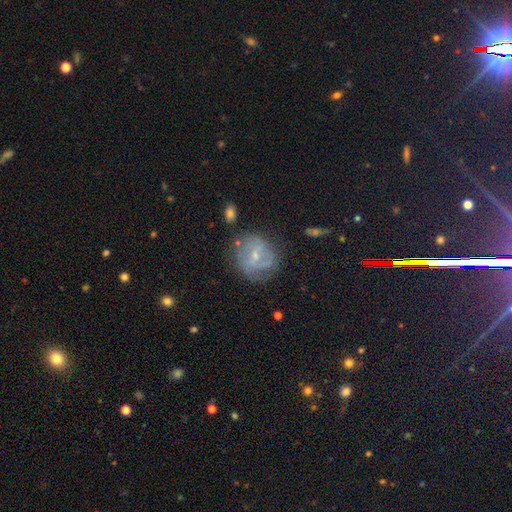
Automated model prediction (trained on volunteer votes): A featured or disk galaxy (59%) with no bar (47%), spiral arms (62%) and a small central bulge (68%). Merging: none (58%).